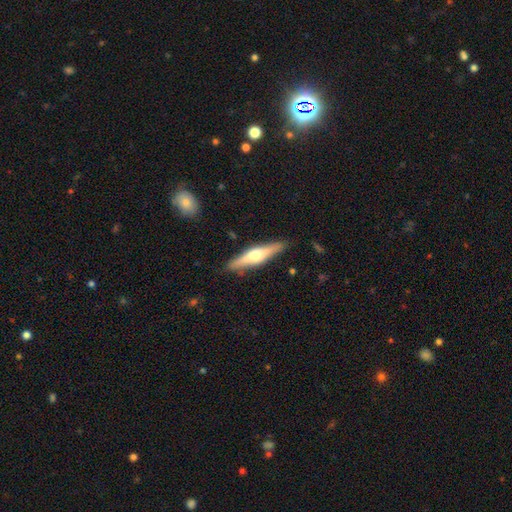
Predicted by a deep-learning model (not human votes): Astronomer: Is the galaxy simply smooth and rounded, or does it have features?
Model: featured or disk — 60%.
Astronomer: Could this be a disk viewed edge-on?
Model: yes — 94%.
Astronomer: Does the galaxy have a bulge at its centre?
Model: rounded — 90%.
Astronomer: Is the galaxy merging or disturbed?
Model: none — 87%.